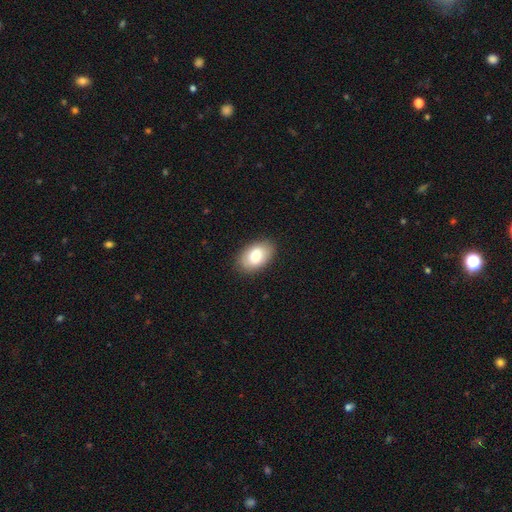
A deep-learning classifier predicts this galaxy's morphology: Smooth or featured: smooth — 81% (featured or disk — 12%)
How rounded: in between — 90% (round — 9%)
Merging: none — 88% (minor disturbance — 9%)